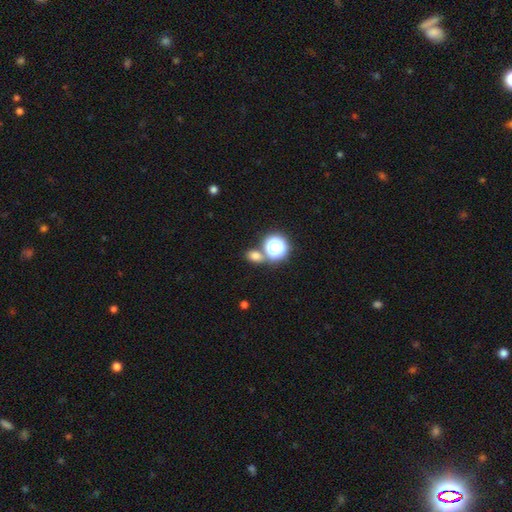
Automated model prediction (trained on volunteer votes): smooth 70%, star or artifact 23%, featured or disk 7%. Down the decision tree: how rounded — in between (52%); merging — none (68%).